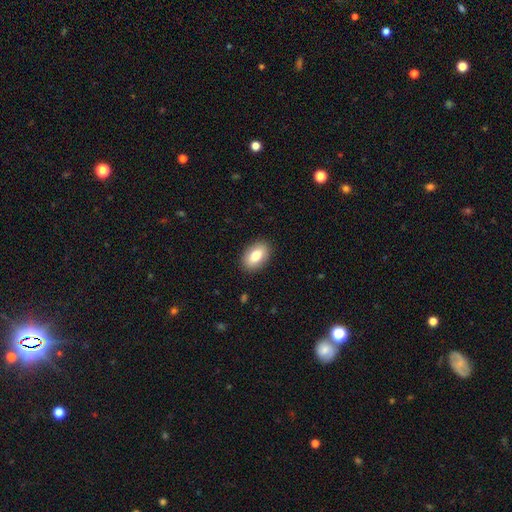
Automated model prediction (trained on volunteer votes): Smooth or featured: smooth — 79% (featured or disk — 14%)
How rounded: in between — 90% (round — 8%)
Merging: none — 89% (minor disturbance — 8%)